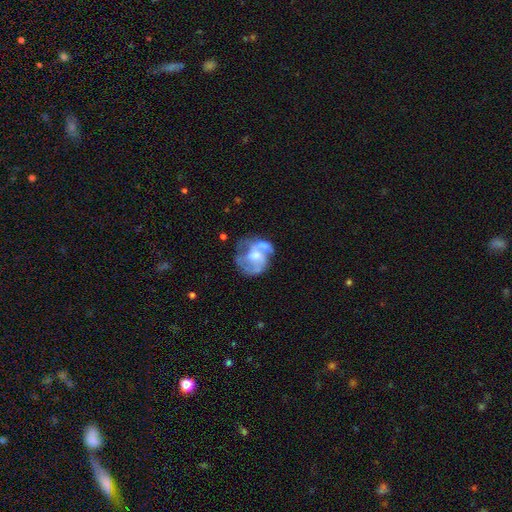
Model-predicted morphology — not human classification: Smooth or featured? Predicted: featured or disk (p=0.69). Edge-on disk? Predicted: no (p=0.98). Bar? Predicted: no (p=0.67). Spiral arms? Predicted: yes (p=0.59). Bulge size? Predicted: moderate (p=0.42). Merging? Predicted: none (p=0.39).